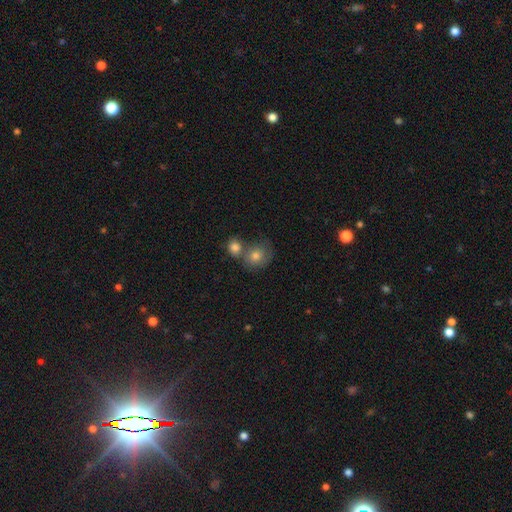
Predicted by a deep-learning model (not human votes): Smooth or featured? smooth (78%)
How rounded? round (72%)
Merging? merger (43%)